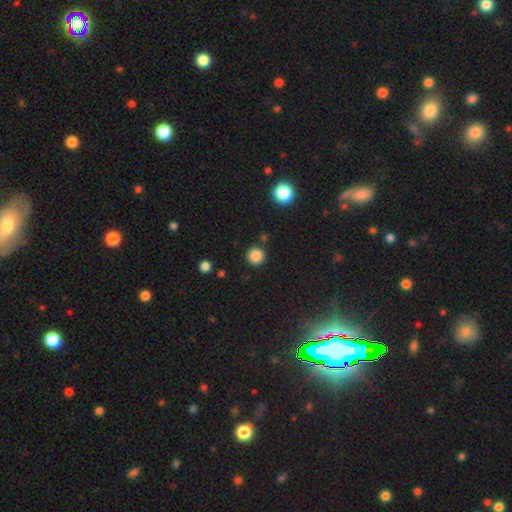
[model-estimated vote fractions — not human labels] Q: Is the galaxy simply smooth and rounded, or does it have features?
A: smooth — 85%.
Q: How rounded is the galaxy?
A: round — 94%.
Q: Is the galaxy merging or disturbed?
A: none — 88%.